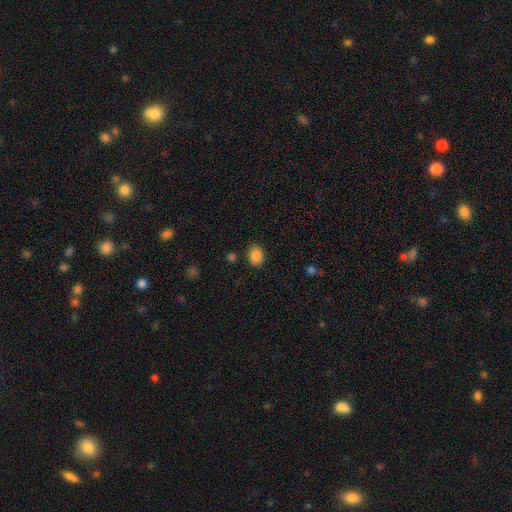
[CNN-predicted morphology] type=smooth (87%); roundness=in between (53%); merging=none (84%).